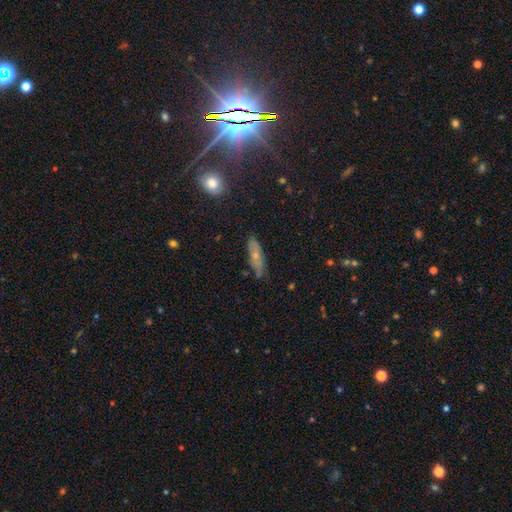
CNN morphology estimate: Overall: smooth (56%; featured or disk 35%). How rounded: cigar-shaped (51%; in between 45%). Merging: none (76%).